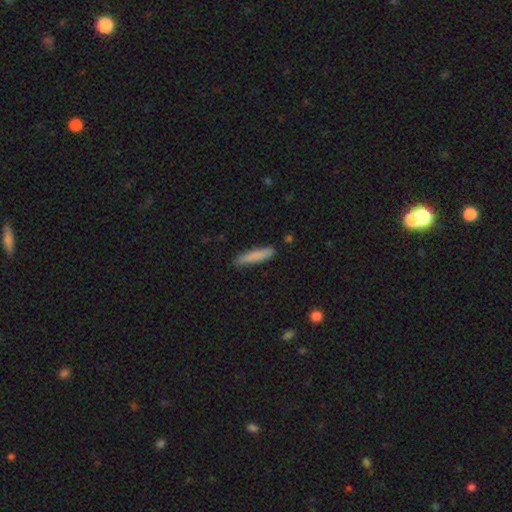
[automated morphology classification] type=smooth (83%); roundness=cigar-shaped (89%); merging=none (85%).